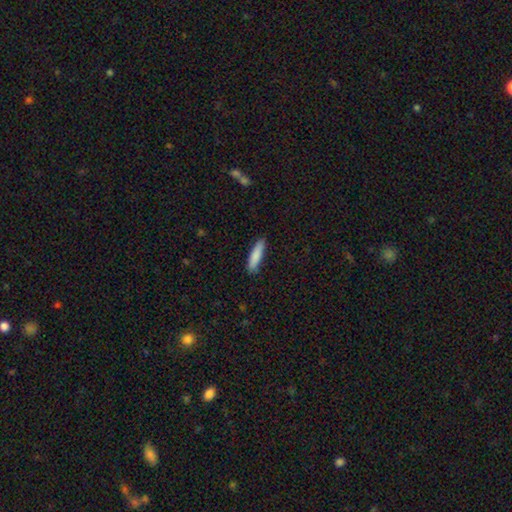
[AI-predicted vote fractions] This is clearly a smooth galaxy (85%). How rounded: likely cigar-shaped (77%). Merging: clearly none (86%).